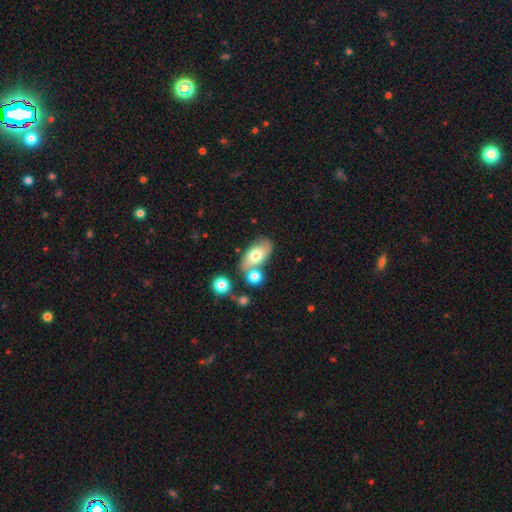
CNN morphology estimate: smooth 63%, featured or disk 28%, star or artifact 9%. Down the decision tree: how rounded — in between (89%); merging — none (55%).